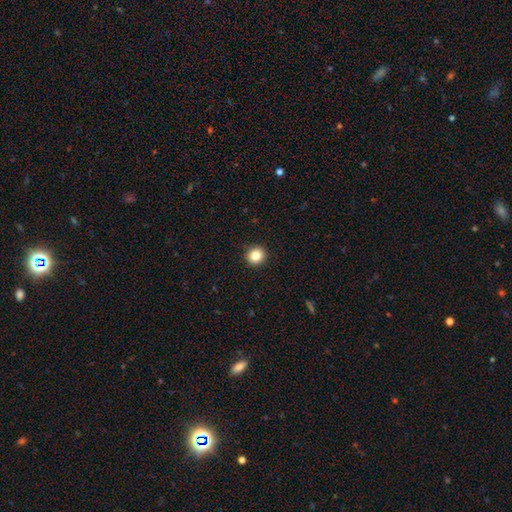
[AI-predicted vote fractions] This is clearly a smooth galaxy (84%). How rounded: clearly round (93%). Merging: clearly none (93%).